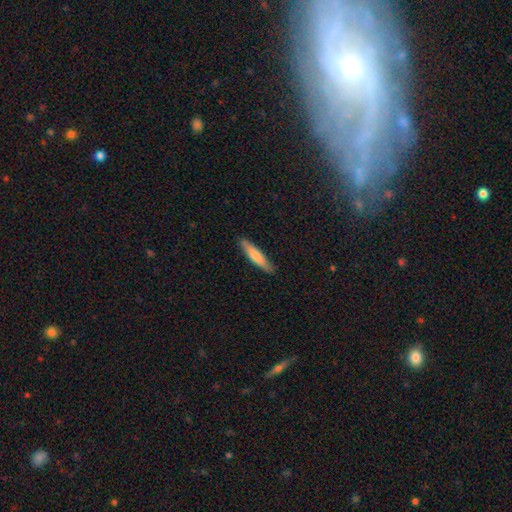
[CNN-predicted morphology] This appears to be a smooth galaxy with no disk features (72%) that is cigar-shaped (86%). Merging: none (88%).